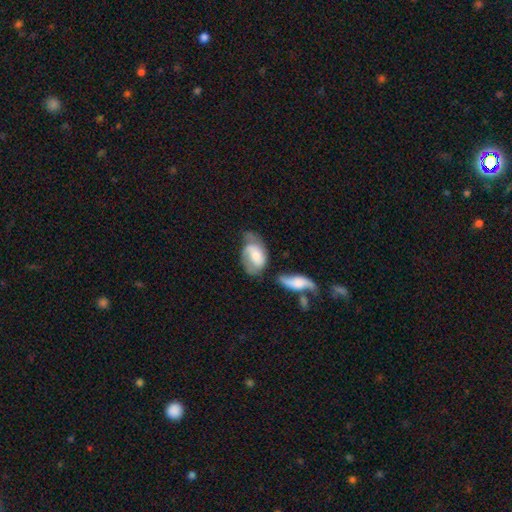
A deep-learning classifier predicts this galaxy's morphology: Smooth or featured: featured or disk — 51% (smooth — 43%)
Edge-on disk: no — 94% (yes — 6%)
Merging: none — 35% (minor disturbance — 27%)